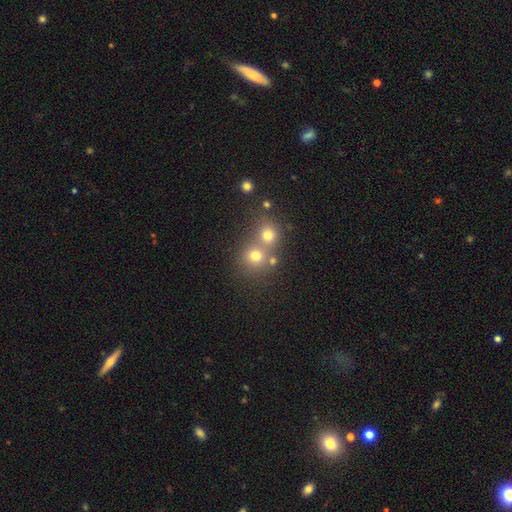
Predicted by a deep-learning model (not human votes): Morphology: type=smooth (72%); roundness=round (86%); merging=none (49%).